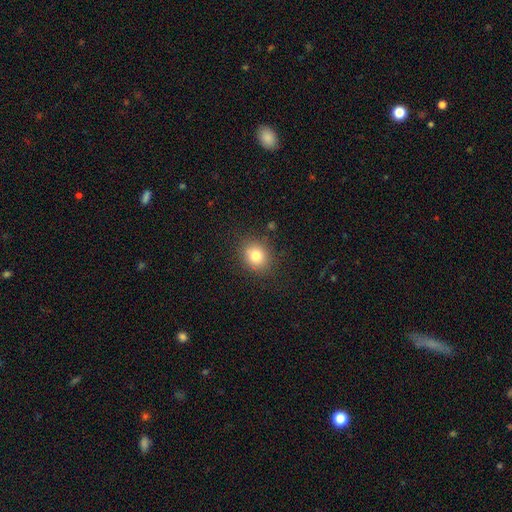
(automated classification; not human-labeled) Overall: smooth (79%). How rounded: round (67%; in between 32%). Merging: none (86%).